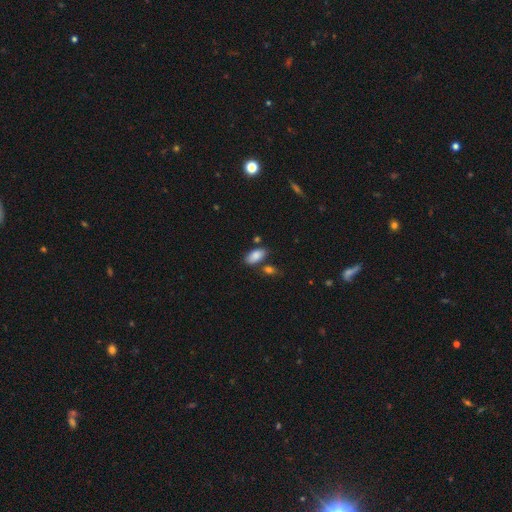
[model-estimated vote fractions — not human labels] Smooth or featured? smooth (87%)
How rounded? in between (93%)
Merging? none (73%)